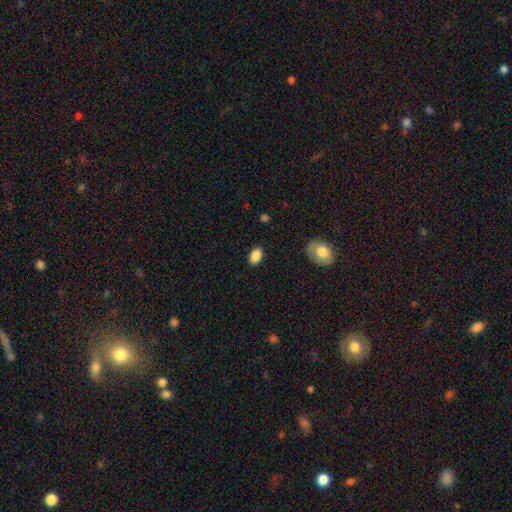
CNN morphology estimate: Smooth or featured?
  - smooth: 88% *
  - star or artifact: 8%
  - featured or disk: 4%
How rounded?
  - in between: 88% *
  - round: 11%
  - cigar-shaped: 1%
Merging?
  - none: 87% *
  - minor disturbance: 10%
  - major disturbance: 3%
  - merger: 1%